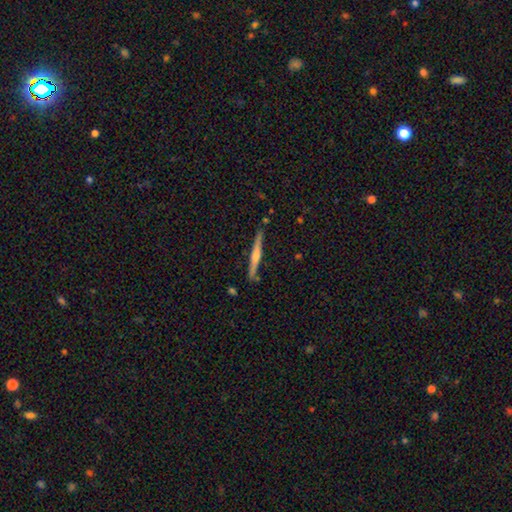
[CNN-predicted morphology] featured or disk 65%, smooth 29%, star or artifact 6%. Down the decision tree: edge-on disk — yes (98%); edge-on bulge — rounded (74%); merging — none (86%).